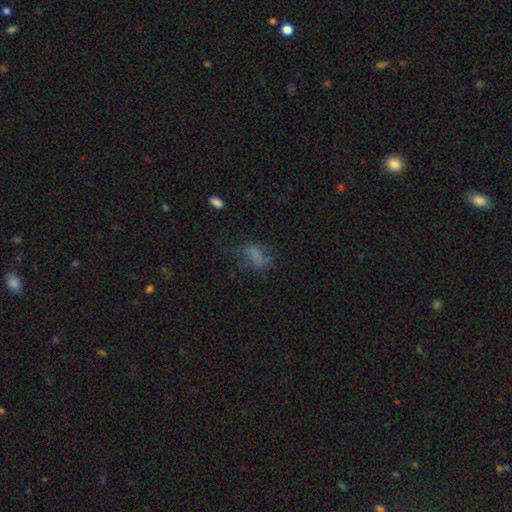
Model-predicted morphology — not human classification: smooth 59%, featured or disk 22%, star or artifact 20%. Down the decision tree: how rounded — in between (76%); merging — none (41%).